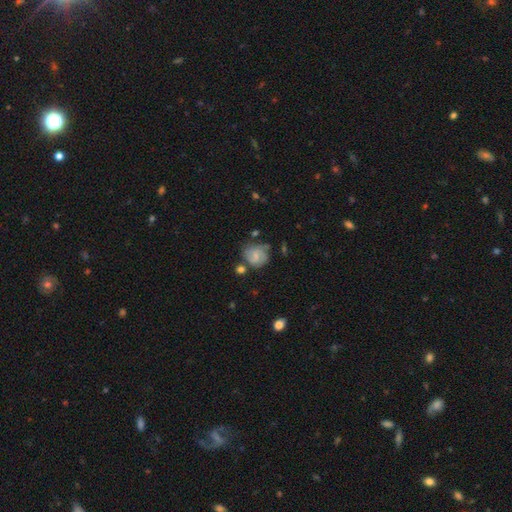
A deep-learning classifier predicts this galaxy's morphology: This is possibly a featured or disk galaxy (49%). Merging: possibly none (56%).